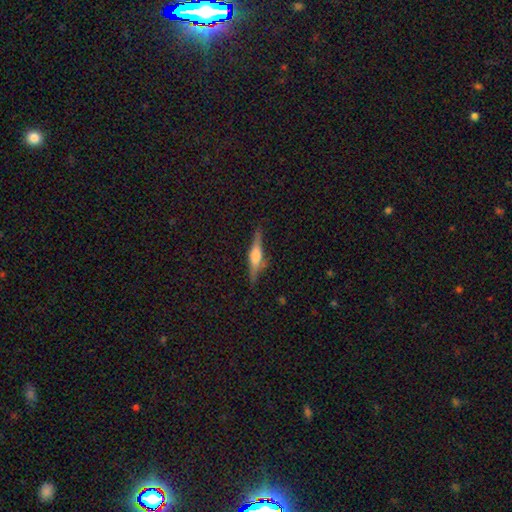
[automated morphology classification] Smooth or featured? featured or disk (61%)
Edge-on disk? yes (96%)
Edge-on bulge? rounded (73%)
Merging? none (80%)